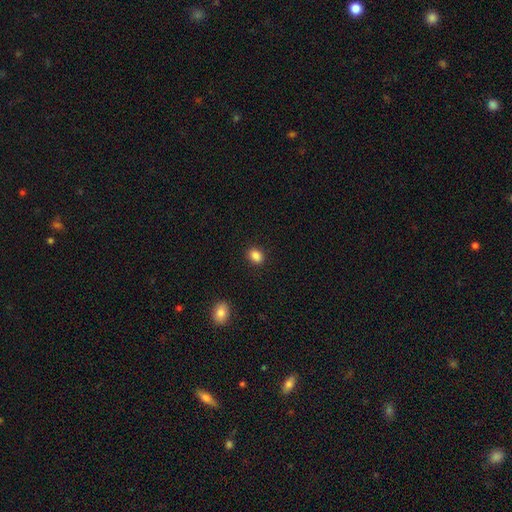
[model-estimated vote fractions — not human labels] Smooth or featured?
  - smooth: 86% *
  - star or artifact: 10%
  - featured or disk: 4%
How rounded?
  - in between: 60% *
  - round: 38%
  - cigar-shaped: 1%
Merging?
  - none: 89% *
  - minor disturbance: 8%
  - major disturbance: 2%
  - merger: 1%